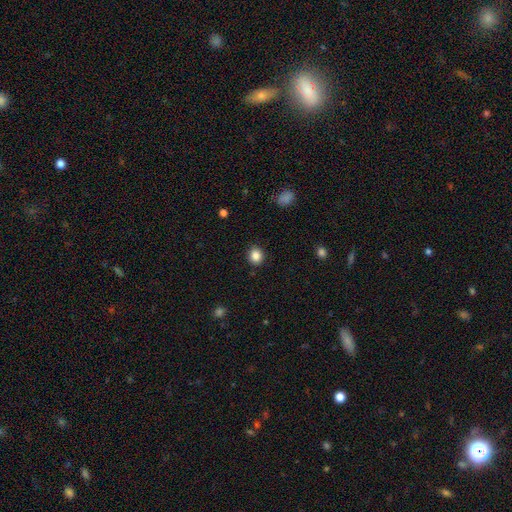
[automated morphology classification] smooth 85%, star or artifact 10%, featured or disk 4%. Down the decision tree: how rounded — round (74%); merging — none (89%).